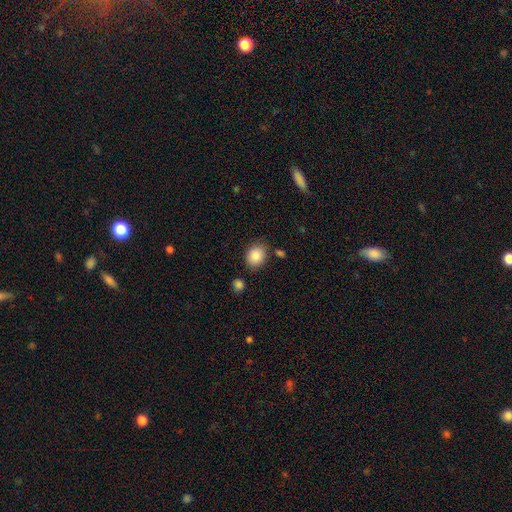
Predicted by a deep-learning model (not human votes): smooth 87%, star or artifact 8%, featured or disk 5%. Down the decision tree: how rounded — in between (51%); merging — none (78%).